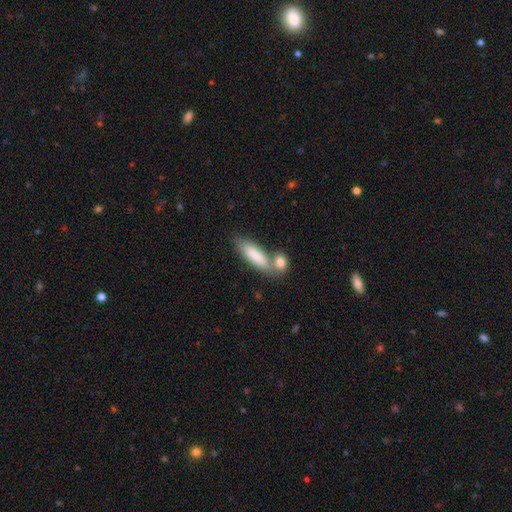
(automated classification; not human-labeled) Q: Smooth or featured?
A: smooth (83%); runner-up: featured or disk (11%)
Q: How rounded?
A: cigar-shaped (52%); runner-up: in between (46%)
Q: Merging?
A: none (51%); runner-up: merger (33%)